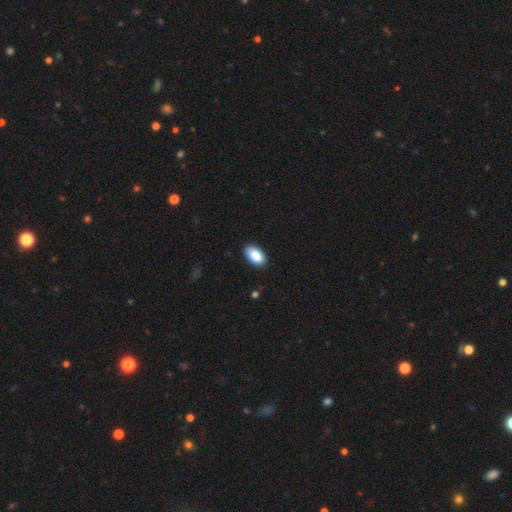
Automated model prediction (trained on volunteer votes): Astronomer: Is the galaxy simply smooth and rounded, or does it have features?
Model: smooth — 88%.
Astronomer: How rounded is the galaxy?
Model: in between — 94%.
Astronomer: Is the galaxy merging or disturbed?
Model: none — 86%.